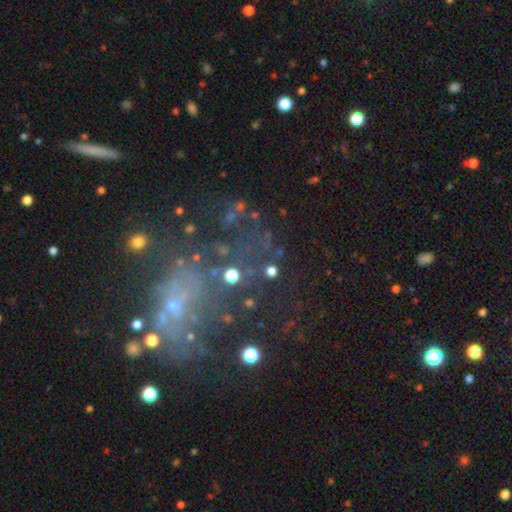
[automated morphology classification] Smooth or featured?
  - star or artifact: 40% *
  - featured or disk: 36%
  - smooth: 24%